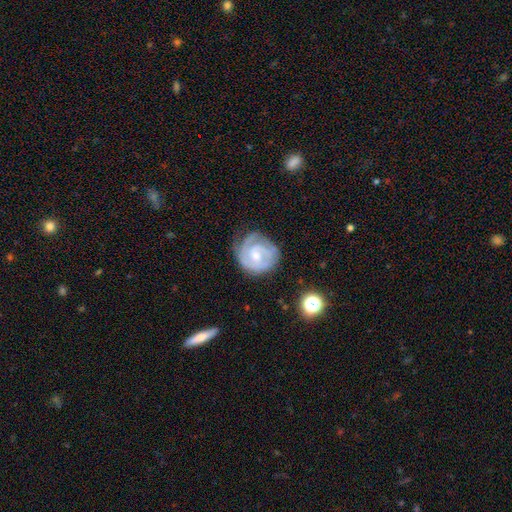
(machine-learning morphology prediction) Smooth or featured?
  - featured or disk: 82% *
  - smooth: 13%
  - star or artifact: 5%
Edge-on disk?
  - no: 98% *
  - yes: 2%
Bar?
  - no: 60% *
  - weak: 34%
  - strong: 6%
Spiral arms?
  - yes: 94% *
  - no: 6%
Spiral winding?
  - tight: 66% *
  - medium: 27%
  - loose: 6%
Spiral arm count?
  - 2: 43% *
  - can't tell: 23%
  - 3: 18%
  - 1: 10%
  - 4: 3%
  - more than 4: 3%
Bulge size?
  - small: 49% *
  - moderate: 47%
  - large: 2%
  - none: 2%
  - dominant: 1%
Merging?
  - none: 62% *
  - minor disturbance: 25%
  - major disturbance: 11%
  - merger: 2%